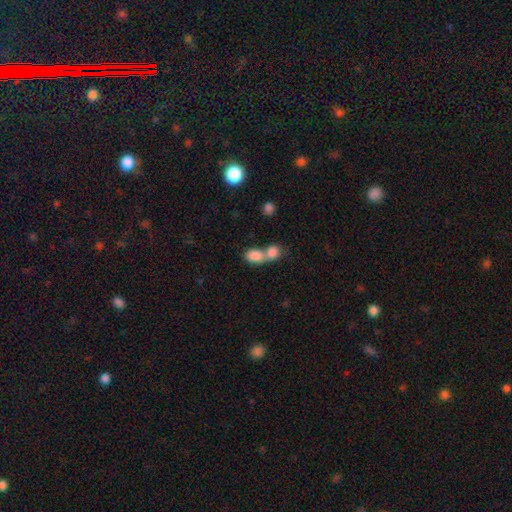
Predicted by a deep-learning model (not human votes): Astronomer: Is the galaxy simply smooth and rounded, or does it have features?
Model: smooth — 84%.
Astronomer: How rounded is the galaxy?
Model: in between — 72%.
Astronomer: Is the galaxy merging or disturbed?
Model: merger — 69%.